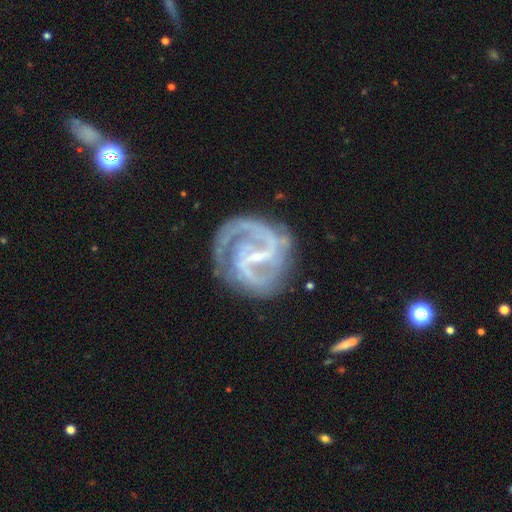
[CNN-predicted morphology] Smooth or featured: featured or disk — 90% (star or artifact — 5%)
Edge-on disk: no — 98% (yes — 2%)
Bar: strong — 48% (weak — 41%)
Spiral arms: yes — 96% (no — 4%)
Spiral winding: medium — 50% (tight — 33%)
Spiral arm count: 2 — 74% (3 — 9%)
Bulge size: small — 71% (moderate — 15%)
Merging: none — 70% (minor disturbance — 17%)